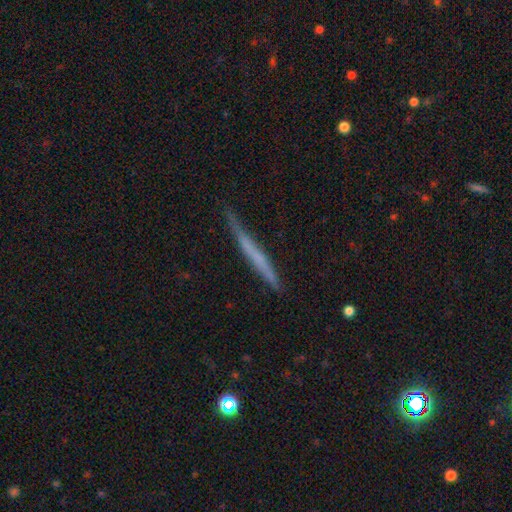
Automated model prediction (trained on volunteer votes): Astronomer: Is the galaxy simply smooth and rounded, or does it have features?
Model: featured or disk — 49% (runner-up: smooth, 44%).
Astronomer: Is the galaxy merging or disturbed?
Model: none — 82%.